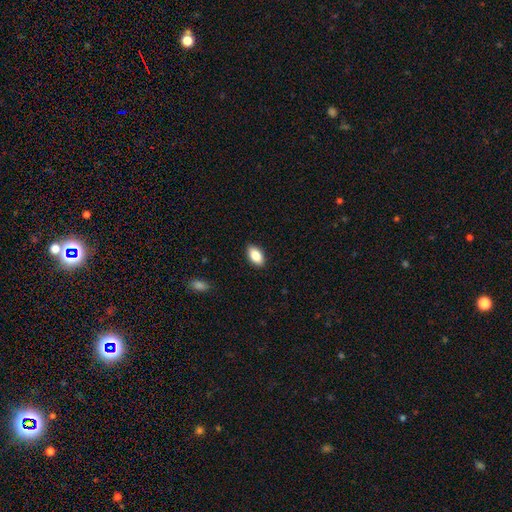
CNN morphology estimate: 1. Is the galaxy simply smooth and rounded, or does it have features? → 86% smooth, 7% star or artifact, 7% featured or disk.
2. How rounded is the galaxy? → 93% in between, 4% round, 3% cigar-shaped.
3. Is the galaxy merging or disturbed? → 89% none, 9% minor disturbance, 2% major disturbance, 1% merger.